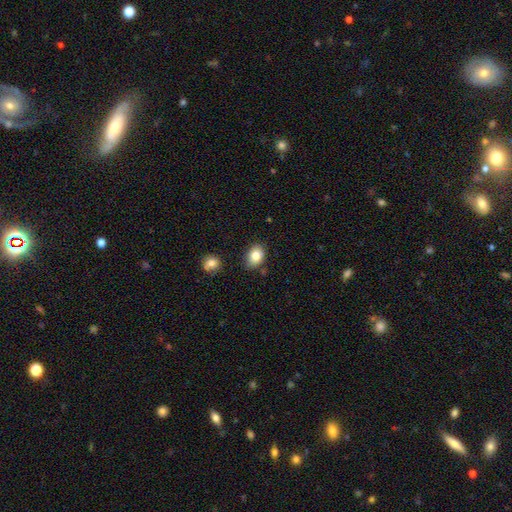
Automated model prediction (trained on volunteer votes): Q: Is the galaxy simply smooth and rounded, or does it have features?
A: smooth — 83%.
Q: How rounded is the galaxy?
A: in between — 76%.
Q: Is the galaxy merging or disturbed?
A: none — 78%.